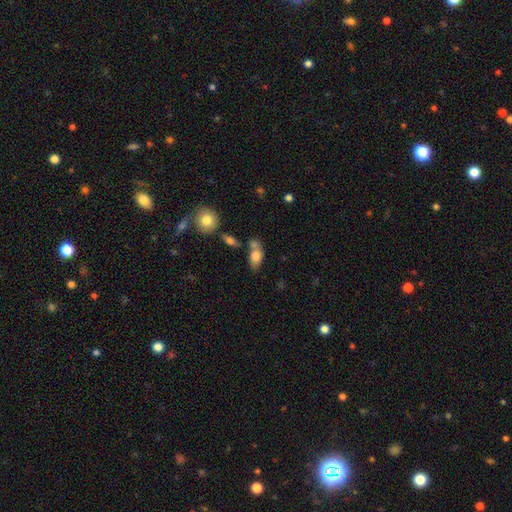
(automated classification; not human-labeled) smooth_or_featured: smooth (p=0.75) [alt: featured or disk p=0.17]
how_rounded: in between (p=0.84) [alt: round p=0.09]
merging: none (p=0.43) [alt: merger p=0.33]